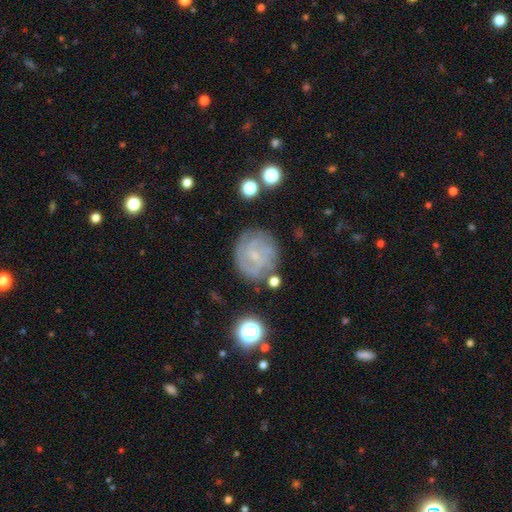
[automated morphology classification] This is likely a featured or disk galaxy (74%). It is clearly not viewed edge-on (98%). Bar: possibly no (57%). Spiral arm pattern: clearly yes (92%). Spiral arm count: marginally can't tell (31%). Spiral winding: possibly tight (59%). Central bulge: likely small (76%). Merging: likely none (74%).